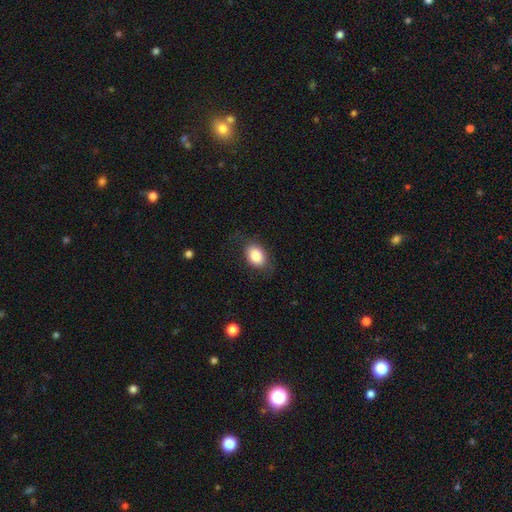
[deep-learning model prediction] Morphology: type=smooth (84%); roundness=in between (80%); merging=none (78%).